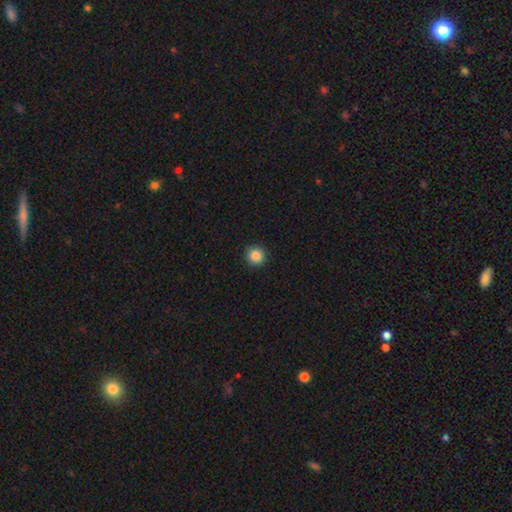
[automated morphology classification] Smooth or featured? smooth (87%)
How rounded? round (95%)
Merging? none (92%)